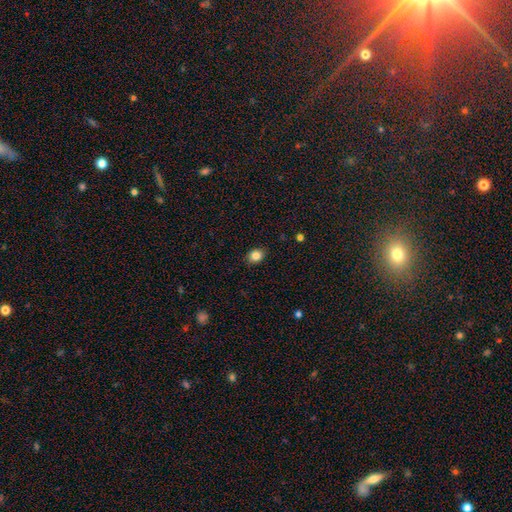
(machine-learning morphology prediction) smooth_or_featured: smooth (p=0.84) [alt: star or artifact p=0.10]
how_rounded: in between (p=0.54) [alt: round p=0.45]
merging: none (p=0.86) [alt: minor disturbance p=0.11]